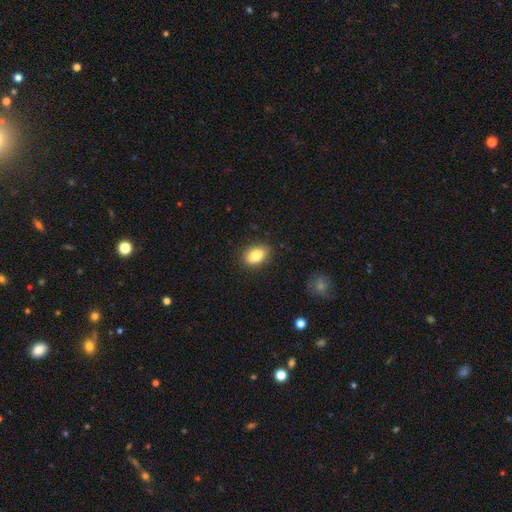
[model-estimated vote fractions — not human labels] A smooth galaxy with no disk features (85%) that is in between round and cigar-shaped (86%).

Vote fractions:
- Smooth or featured? smooth: 85% / star or artifact: 8% / featured or disk: 7%
- How rounded? in between: 86% / round: 12% / cigar-shaped: 2%
- Merging? none: 85% / minor disturbance: 12% / major disturbance: 3% / merger: 1%